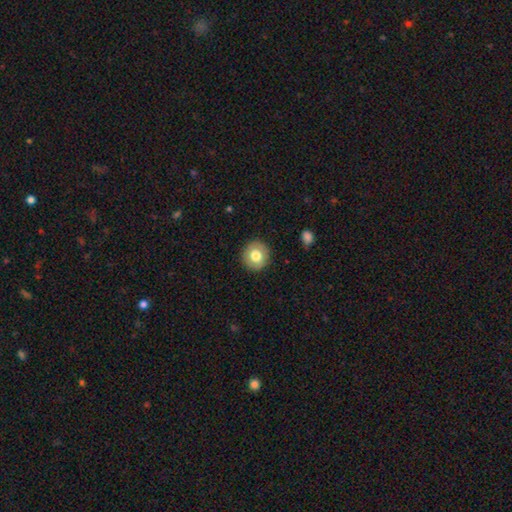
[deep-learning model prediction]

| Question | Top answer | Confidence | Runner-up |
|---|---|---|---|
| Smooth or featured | smooth | 74% | featured or disk (18%) |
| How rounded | round | 90% | in between (9%) |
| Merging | none | 89% | minor disturbance (8%) |